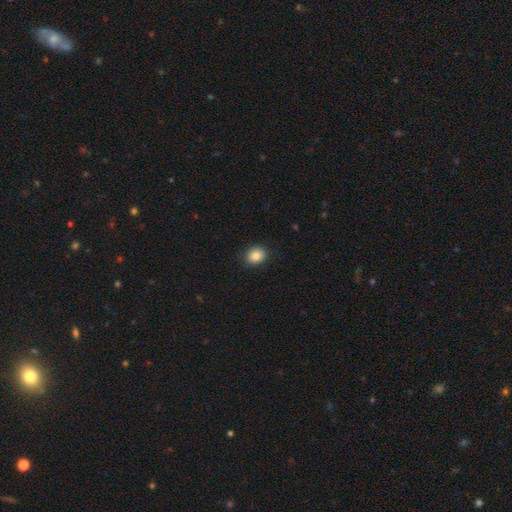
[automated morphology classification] Smooth or featured? smooth (86%)
How rounded? round (55%)
Merging? none (89%)